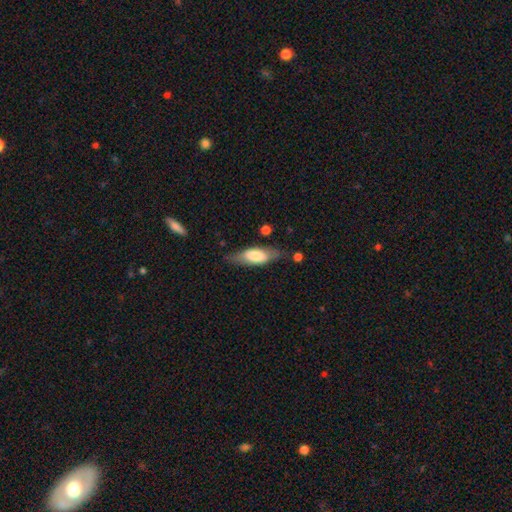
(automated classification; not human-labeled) Morphology: type=smooth (62%); roundness=in between (62%); merging=none (71%).